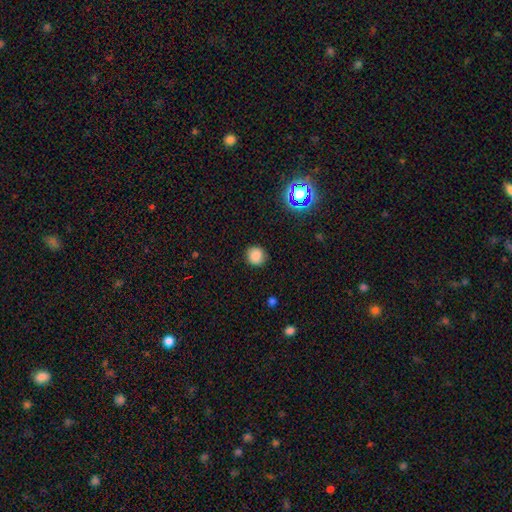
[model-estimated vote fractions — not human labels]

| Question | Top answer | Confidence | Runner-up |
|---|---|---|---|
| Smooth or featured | smooth | 83% | star or artifact (12%) |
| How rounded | round | 89% | in between (10%) |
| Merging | none | 87% | minor disturbance (9%) |